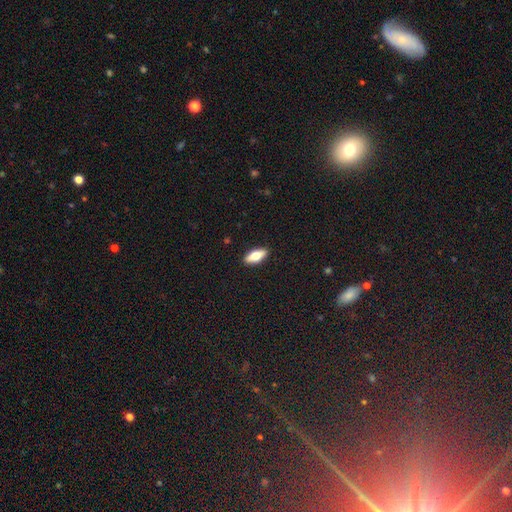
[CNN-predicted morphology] This is likely a smooth galaxy (66%). How rounded: likely in between (78%). Merging: clearly none (90%).